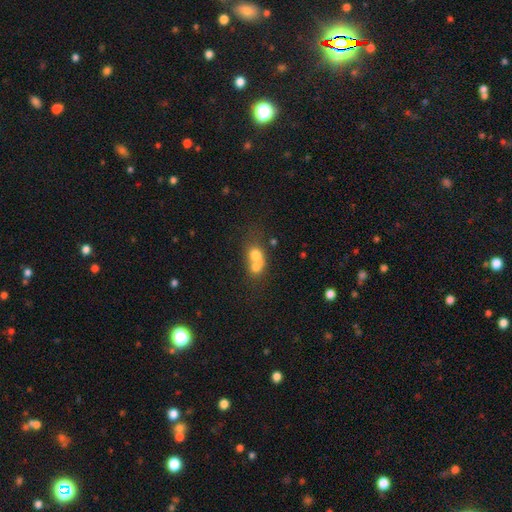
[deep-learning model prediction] Smooth or featured? smooth (67%)
How rounded? round (66%)
Merging? merger (71%)